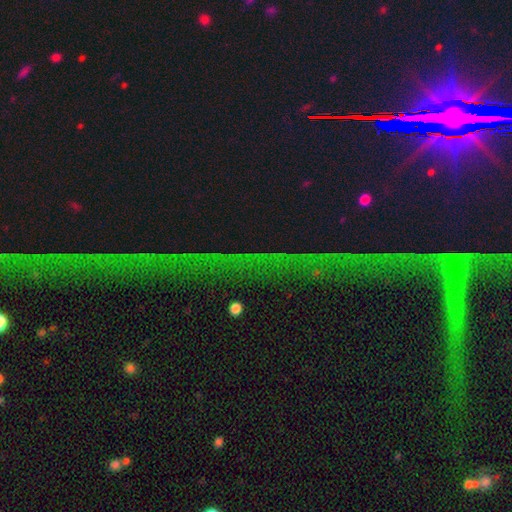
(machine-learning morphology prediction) Smooth or featured: star or artifact — 79% (featured or disk — 11%)